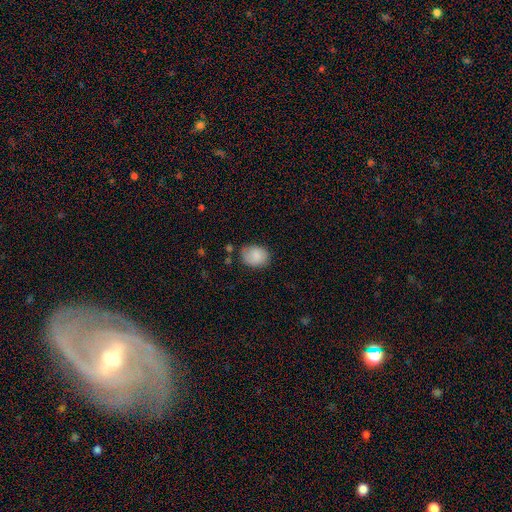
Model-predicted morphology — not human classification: Smooth or featured? smooth (85%)
How rounded? in between (65%)
Merging? none (70%)